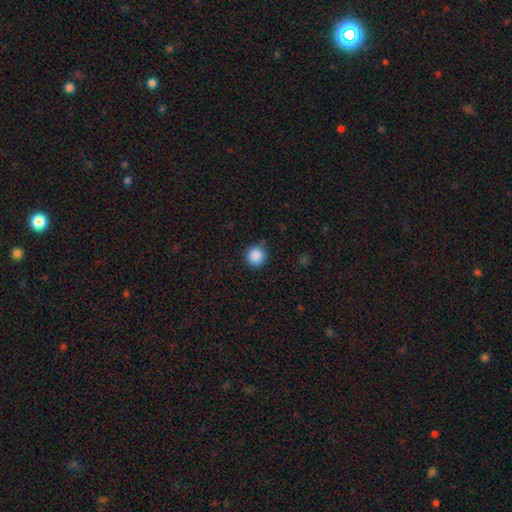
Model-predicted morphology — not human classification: Q: Smooth or featured?
A: smooth (88%); runner-up: star or artifact (10%)
Q: How rounded?
A: round (95%); runner-up: in between (4%)
Q: Merging?
A: none (85%); runner-up: minor disturbance (11%)